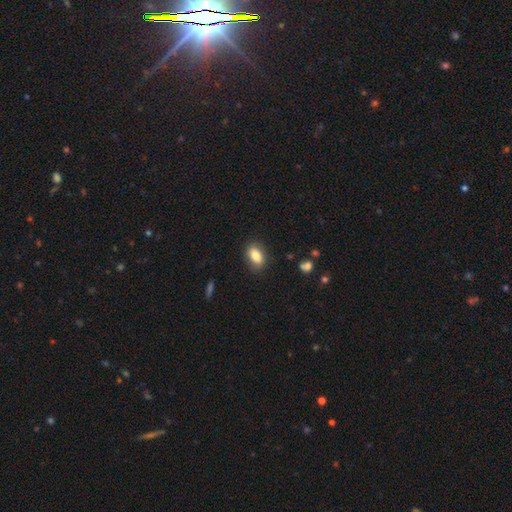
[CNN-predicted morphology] Overall: smooth (82%). How rounded: in between (88%). Merging: none (84%).